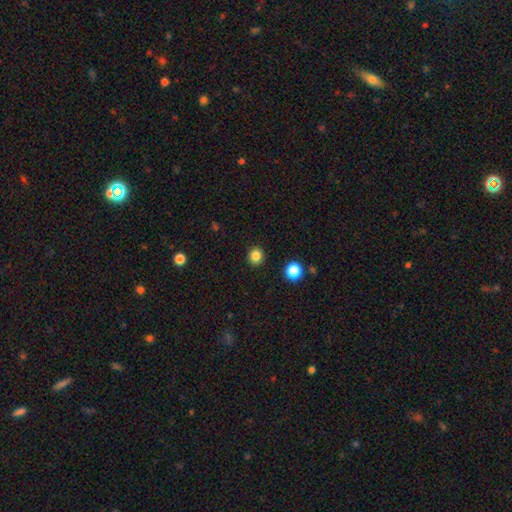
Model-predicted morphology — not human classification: smooth 83%, star or artifact 13%, featured or disk 4%. Down the decision tree: how rounded — round (90%); merging — none (92%).